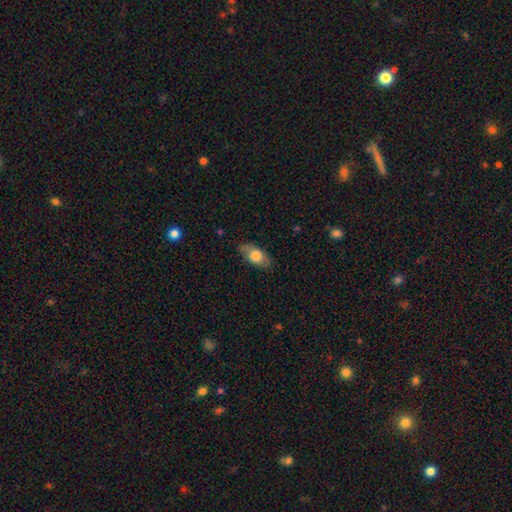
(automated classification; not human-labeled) Morphology: type=smooth (69%); roundness=in between (88%); merging=none (79%).